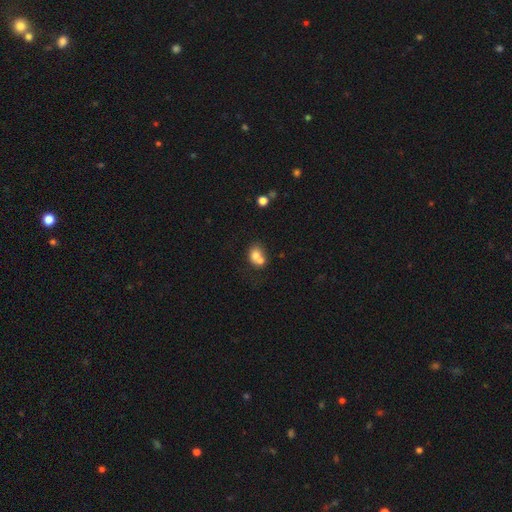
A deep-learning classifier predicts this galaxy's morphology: A smooth galaxy with no disk features (72%) that is round (53%).

Vote fractions:
- Smooth or featured? smooth: 72% / featured or disk: 17% / star or artifact: 11%
- How rounded? round: 53% / in between: 46% / cigar-shaped: 1%
- Merging? merger: 56% / none: 30% / minor disturbance: 10% / major disturbance: 5%